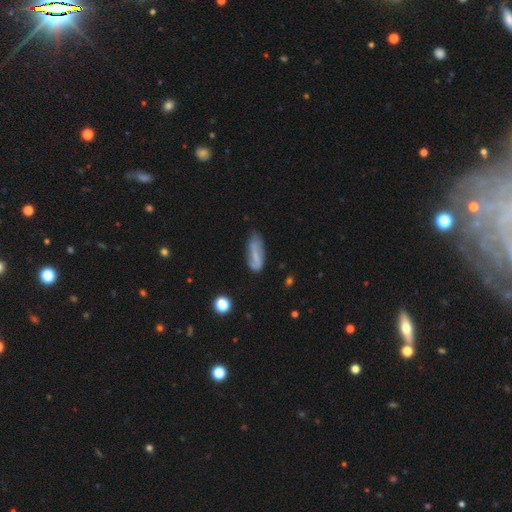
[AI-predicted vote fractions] This is possibly a smooth galaxy (56%). How rounded: likely in between (66%). Merging: likely none (61%).